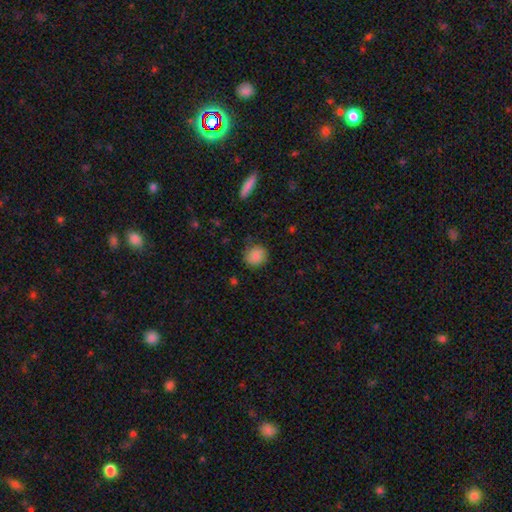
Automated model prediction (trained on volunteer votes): smooth_or_featured: smooth (p=0.85) [alt: star or artifact p=0.08]
how_rounded: round (p=0.85) [alt: in between p=0.14]
merging: none (p=0.80) [alt: minor disturbance p=0.15]